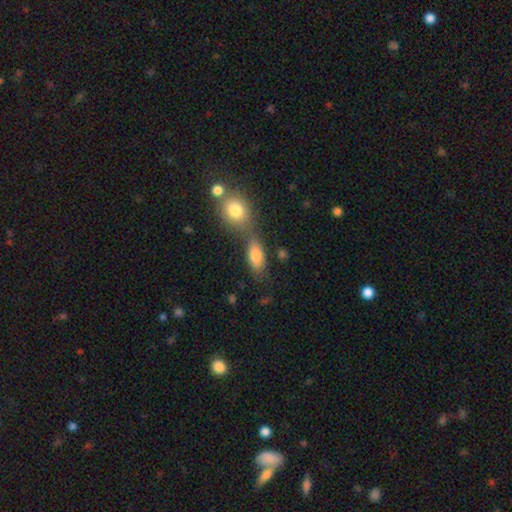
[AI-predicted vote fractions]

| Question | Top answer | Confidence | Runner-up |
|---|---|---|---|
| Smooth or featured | smooth | 79% | featured or disk (12%) |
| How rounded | in between | 82% | round (10%) |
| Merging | none | 43% | merger (40%) |